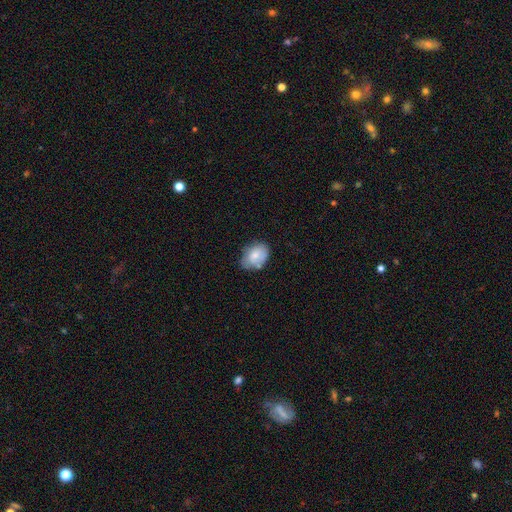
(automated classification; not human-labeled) smooth_or_featured: smooth (p=0.71) [alt: featured or disk p=0.22]
how_rounded: in between (p=0.77) [alt: round p=0.22]
merging: none (p=0.59) [alt: minor disturbance p=0.29]